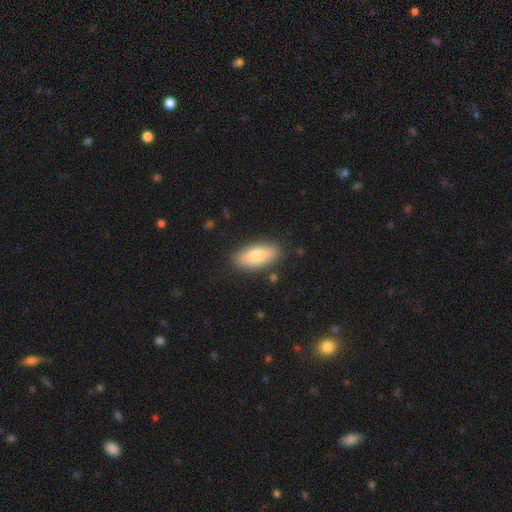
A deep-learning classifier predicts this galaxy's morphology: Smooth or featured? smooth (79%)
How rounded? in between (85%)
Merging? none (86%)